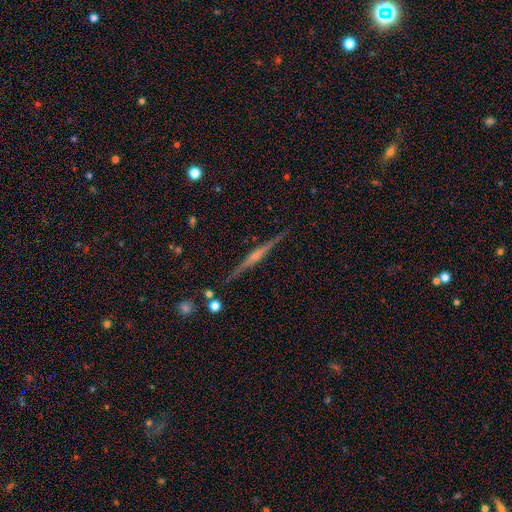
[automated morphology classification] The model was most divided on "edge-on bulge": rounded: 66%, none: 19%, boxy: 15%. More confident: edge-on disk — yes (98%); merging — none (90%); smooth or featured — featured or disk (79%).